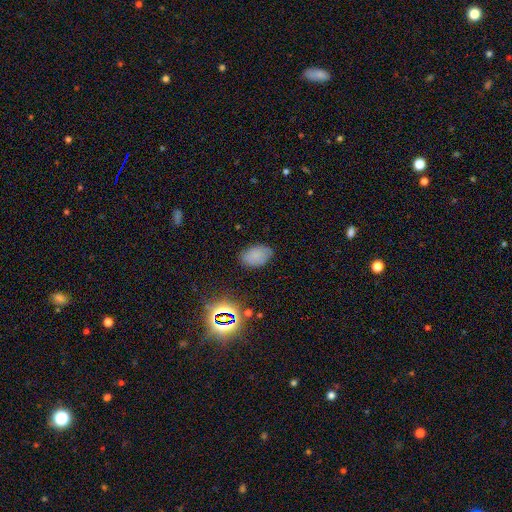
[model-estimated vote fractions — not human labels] This appears to be a smooth galaxy with no disk features (75%) that is in between round and cigar-shaped (90%). Merging: none (80%).